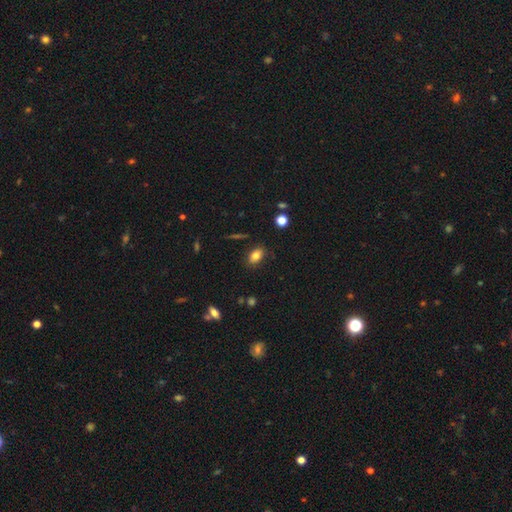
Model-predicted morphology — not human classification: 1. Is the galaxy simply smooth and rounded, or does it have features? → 79% smooth, 11% featured or disk, 10% star or artifact.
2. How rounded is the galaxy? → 84% in between, 13% round, 3% cigar-shaped.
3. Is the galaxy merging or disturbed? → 83% none, 12% minor disturbance, 3% major disturbance, 2% merger.